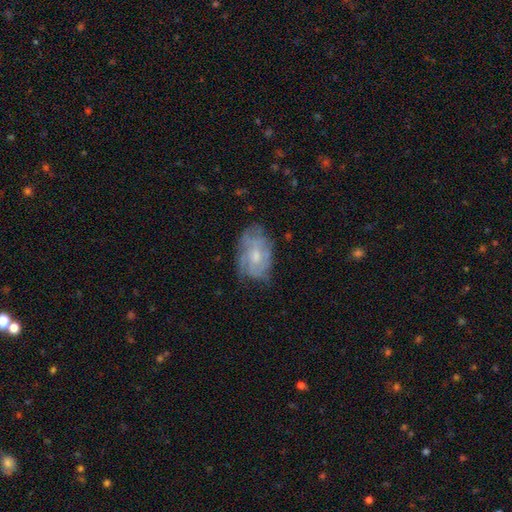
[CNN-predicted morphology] The model was most divided on "bulge size": moderate: 47%, small: 43%, none: 7%, large: 3%, dominant: 1%. More confident: edge-on disk — no (96%); bar — no (72%); spiral arms — yes (71%); smooth or featured — featured or disk (63%); merging — none (59%).